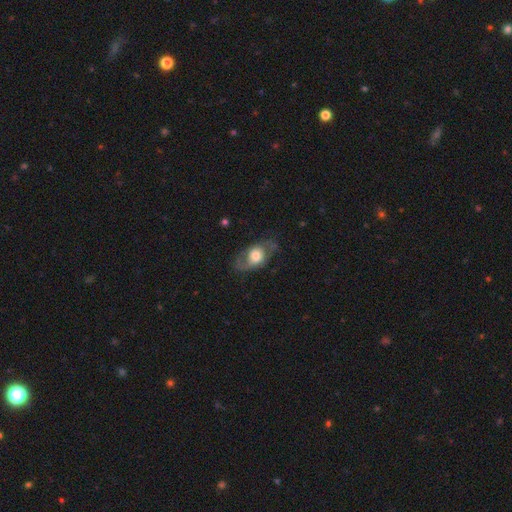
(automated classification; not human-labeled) Smooth or featured? Predicted: featured or disk (p=0.57). Edge-on disk? Predicted: no (p=0.88). Merging? Predicted: none (p=0.65).